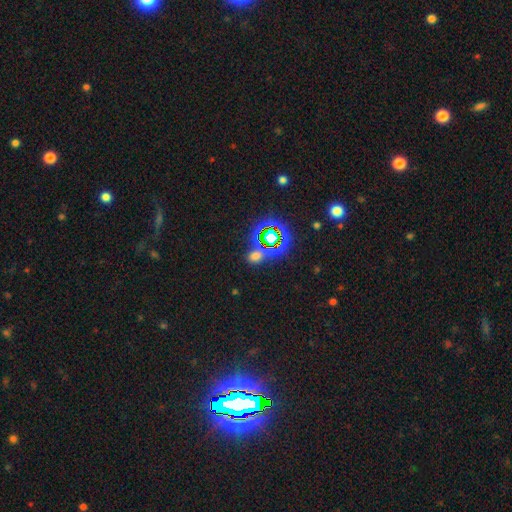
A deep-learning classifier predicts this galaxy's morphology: Smooth or featured? star or artifact (49%)